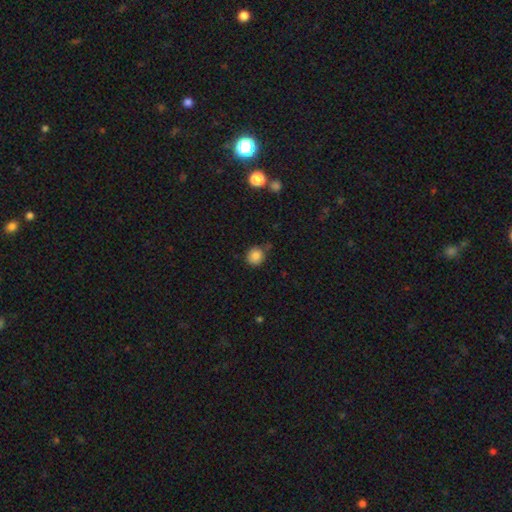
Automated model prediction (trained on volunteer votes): smooth-or-featured: smooth: 83% | star or artifact: 11% | featured or disk: 6%
  how-rounded: round: 86% | in between: 13% | cigar-shaped: 1%
  merging: none: 76% | minor disturbance: 16% | merger: 5% | major disturbance: 3%